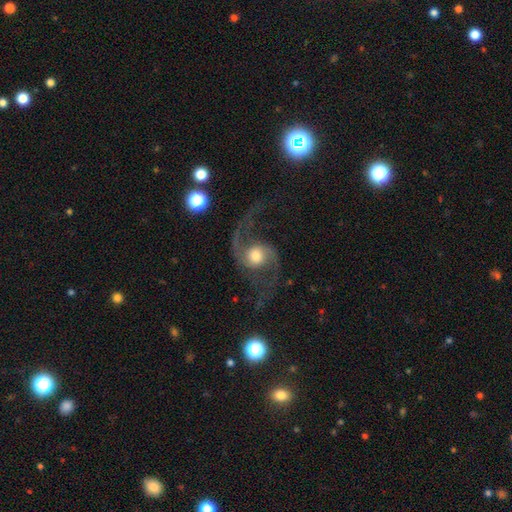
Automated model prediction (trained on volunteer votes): This is clearly a featured or disk galaxy (88%). It is clearly not viewed edge-on (98%). Bar: likely no (61%). Spiral arm pattern: clearly yes (97%). Spiral arm count: clearly 2 (94%). Spiral winding: likely loose (71%). Central bulge: possibly moderate (52%). Merging: likely none (66%).